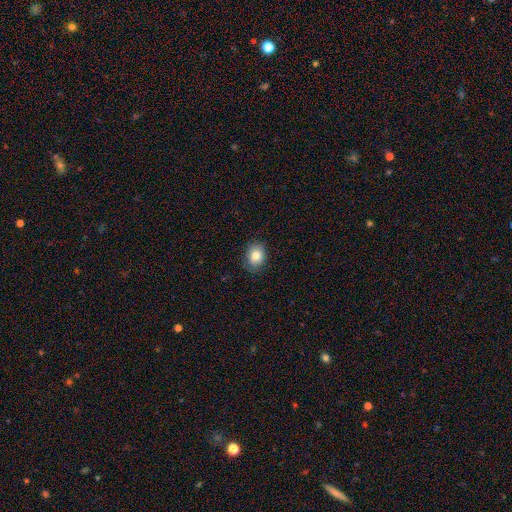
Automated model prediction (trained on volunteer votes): The model was most divided on "how rounded": in between: 59%, round: 40%, cigar-shaped: 1%. More confident: merging — none (82%); smooth or featured — smooth (79%).